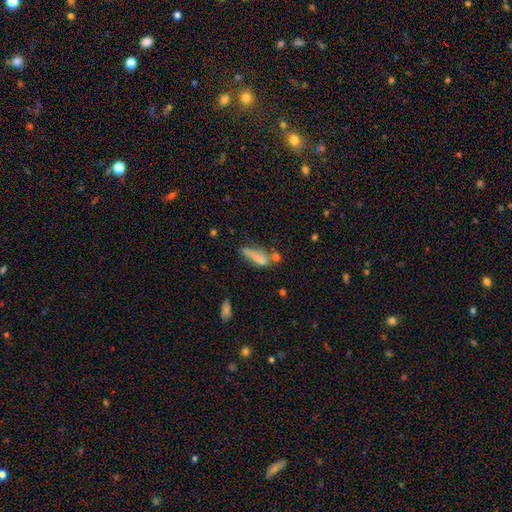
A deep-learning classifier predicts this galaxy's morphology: Smooth or featured?
  - smooth: 60% *
  - featured or disk: 28%
  - star or artifact: 12%
How rounded?
  - cigar-shaped: 63% *
  - in between: 34%
  - round: 3%
Merging?
  - none: 38% *
  - merger: 23%
  - minor disturbance: 23%
  - major disturbance: 15%